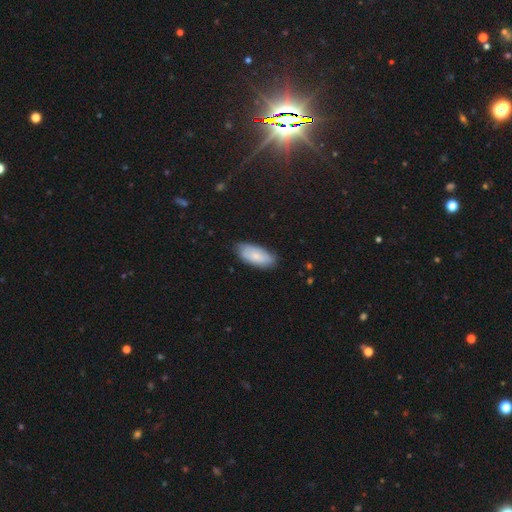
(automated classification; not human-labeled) Q: Smooth or featured?
A: smooth (76%); runner-up: featured or disk (18%)
Q: How rounded?
A: in between (89%); runner-up: cigar-shaped (9%)
Q: Merging?
A: none (76%); runner-up: minor disturbance (20%)